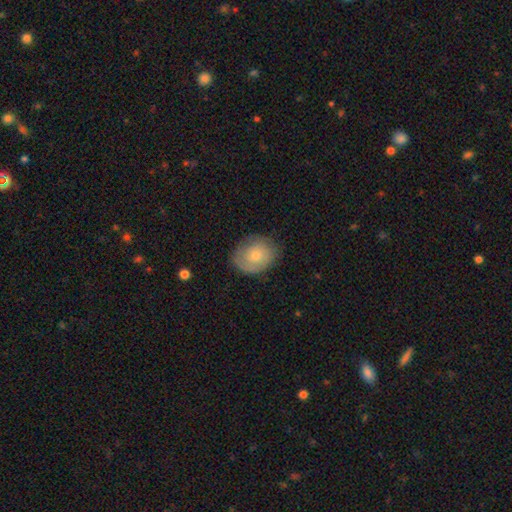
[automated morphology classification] Smooth or featured? smooth (66%)
How rounded? round (53%)
Merging? none (74%)